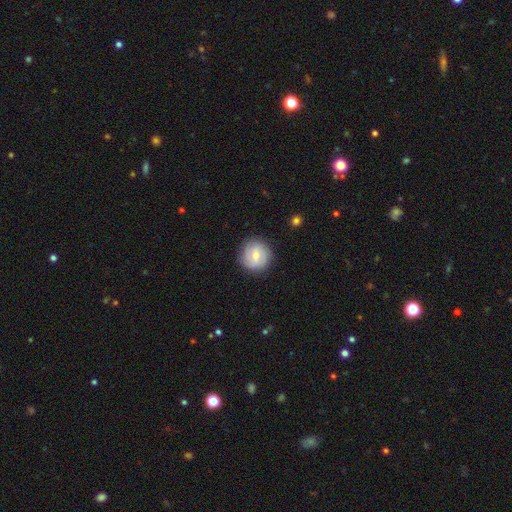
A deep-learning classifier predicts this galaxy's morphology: type=smooth (58%); roundness=round (93%); merging=none (85%).